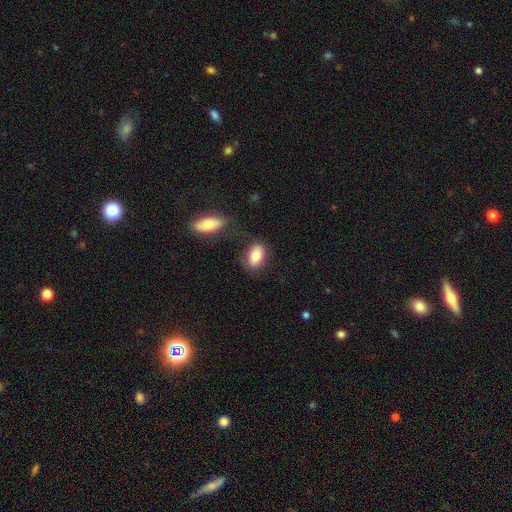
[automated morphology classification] Smooth or featured?
  - smooth: 82% *
  - featured or disk: 11%
  - star or artifact: 7%
How rounded?
  - in between: 89% *
  - round: 8%
  - cigar-shaped: 3%
Merging?
  - none: 72% *
  - minor disturbance: 15%
  - merger: 9%
  - major disturbance: 5%